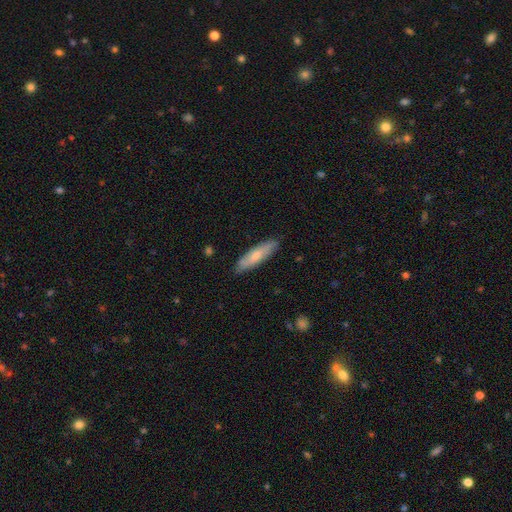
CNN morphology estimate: smooth 65%, featured or disk 30%, star or artifact 6%. Down the decision tree: how rounded — cigar-shaped (71%); merging — none (85%).